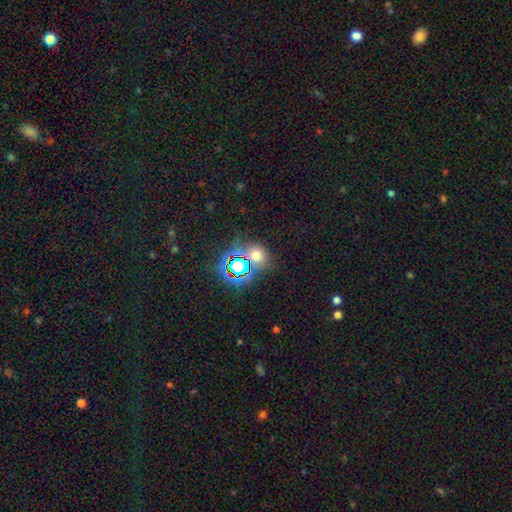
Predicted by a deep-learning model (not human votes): Morphology: type=smooth (49%); merging=none (73%).